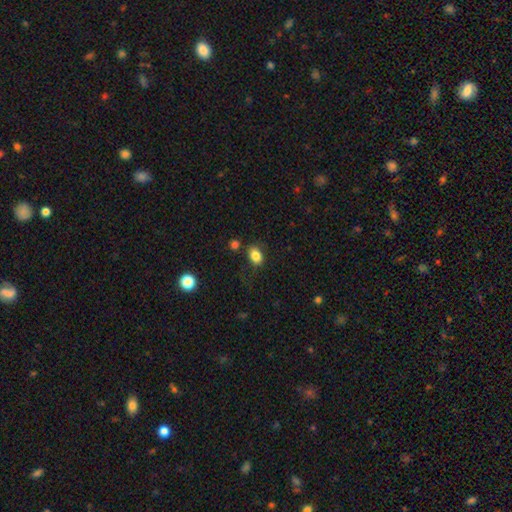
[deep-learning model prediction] smooth 84%, star or artifact 10%, featured or disk 7%. Down the decision tree: how rounded — in between (81%); merging — none (77%).